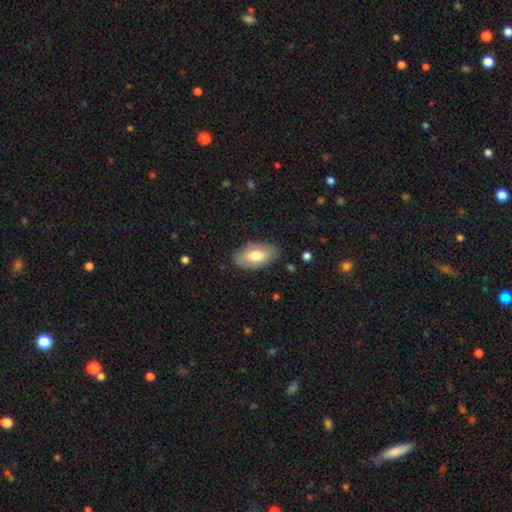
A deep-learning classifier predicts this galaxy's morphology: A smooth galaxy with no disk features (71%) that is in between round and cigar-shaped (93%). Merging: none (84%).